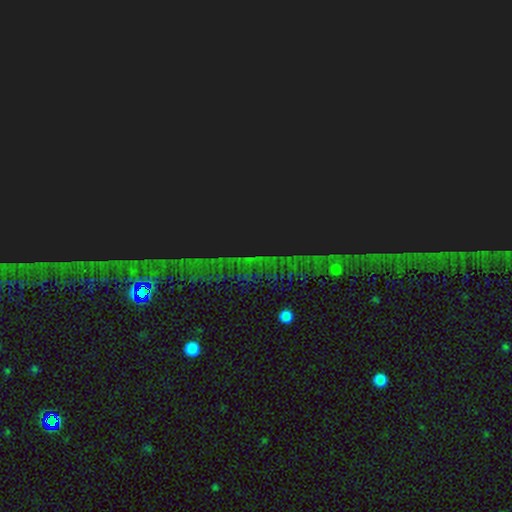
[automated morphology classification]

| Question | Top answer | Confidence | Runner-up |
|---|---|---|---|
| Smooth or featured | star or artifact | 85% | smooth (8%) |